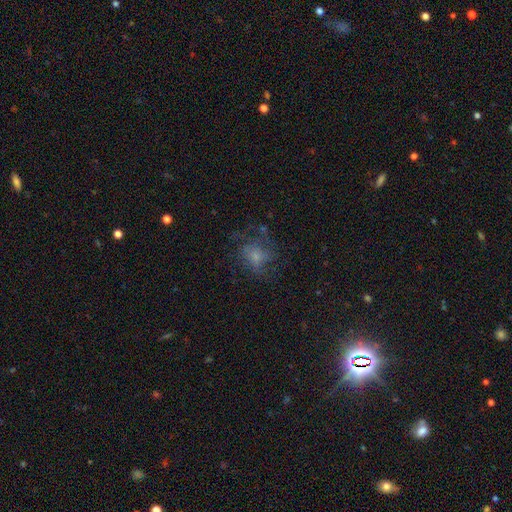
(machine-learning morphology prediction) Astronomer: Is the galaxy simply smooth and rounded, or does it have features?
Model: smooth — 45% (runner-up: featured or disk, 39%).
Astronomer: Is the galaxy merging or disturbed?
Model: none — 50% (runner-up: major disturbance, 28%).